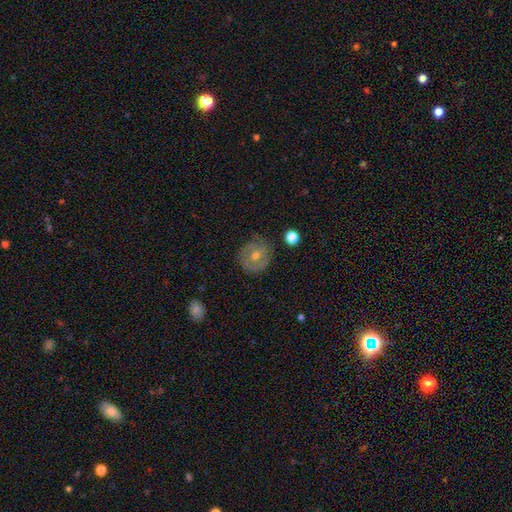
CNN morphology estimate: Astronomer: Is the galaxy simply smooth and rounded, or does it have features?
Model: featured or disk — 61%.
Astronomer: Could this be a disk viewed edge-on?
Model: no — 96%.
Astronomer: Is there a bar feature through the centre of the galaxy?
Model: no — 71%.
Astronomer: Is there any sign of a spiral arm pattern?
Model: yes — 68%.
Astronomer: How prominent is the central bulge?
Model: moderate — 65%.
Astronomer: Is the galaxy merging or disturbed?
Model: none — 80%.